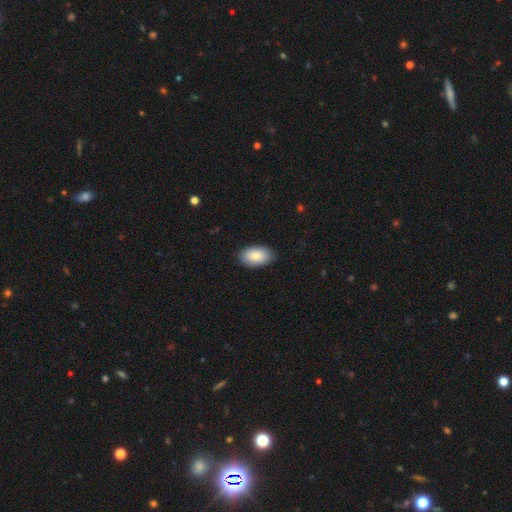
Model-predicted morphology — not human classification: smooth_or_featured: smooth (p=0.83) [alt: featured or disk p=0.11]
how_rounded: in between (p=0.94) [alt: round p=0.05]
merging: none (p=0.86) [alt: minor disturbance p=0.11]